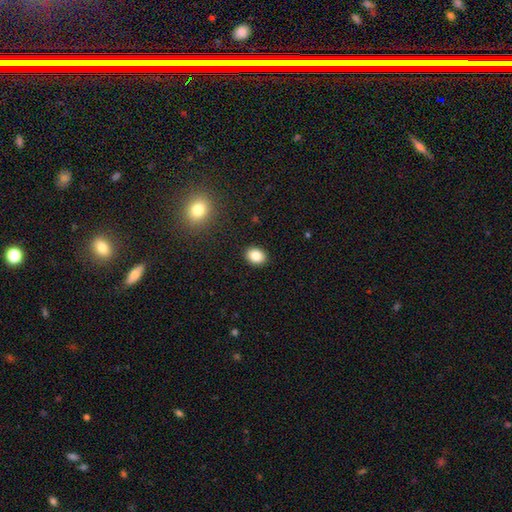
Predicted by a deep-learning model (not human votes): This is clearly a smooth galaxy (85%). How rounded: likely in between (62%). Merging: clearly none (91%).